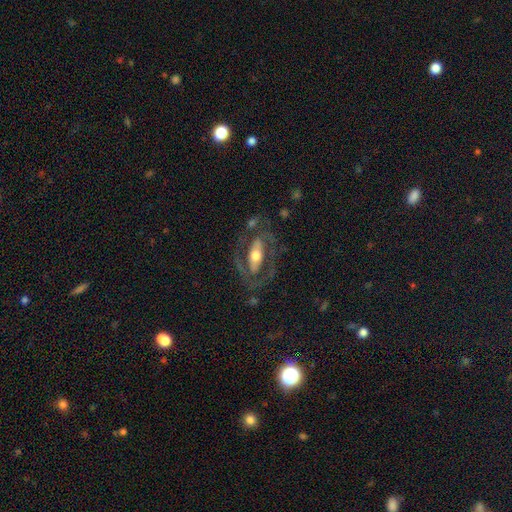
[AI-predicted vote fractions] Smooth or featured? Predicted: featured or disk (p=0.70). Edge-on disk? Predicted: no (p=0.87). Bar? Predicted: strong (p=0.38, tied with no). Spiral arms? Predicted: yes (p=0.58). Bulge size? Predicted: moderate (p=0.63). Merging? Predicted: none (p=0.65).